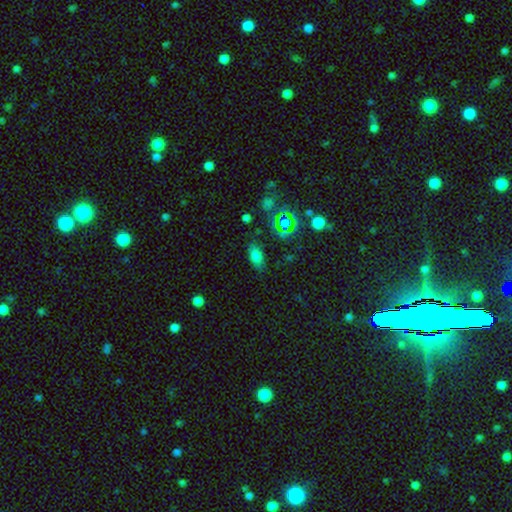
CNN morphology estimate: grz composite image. It shows a smooth galaxy with no disk features (72%) that is in between round and cigar-shaped (85%). Merging: none (80%).